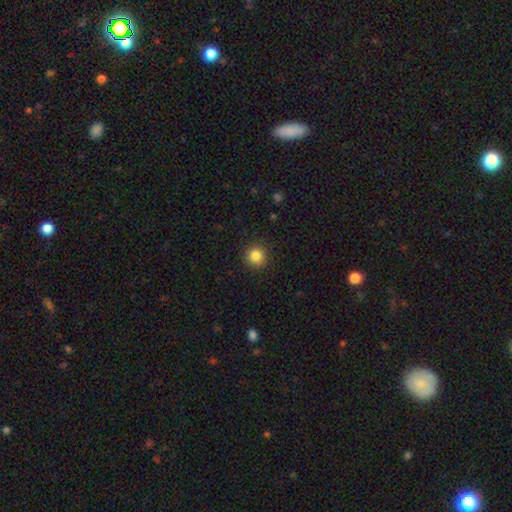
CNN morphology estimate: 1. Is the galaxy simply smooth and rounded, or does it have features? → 85% smooth, 11% star or artifact, 4% featured or disk.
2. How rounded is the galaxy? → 93% round, 6% in between, 1% cigar-shaped.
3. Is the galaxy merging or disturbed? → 90% none, 6% minor disturbance, 2% major disturbance, 1% merger.